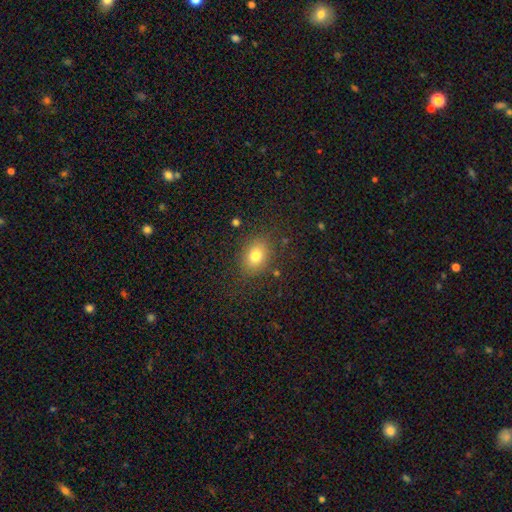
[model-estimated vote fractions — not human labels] Smooth or featured? Predicted: smooth (p=0.78). How rounded? Predicted: in between (p=0.61). Merging? Predicted: none (p=0.82).